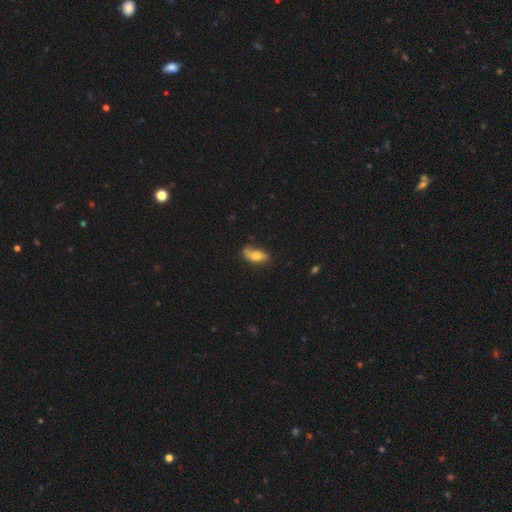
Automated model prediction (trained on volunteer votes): This appears to be a smooth galaxy with no disk features (60%) that is in between round and cigar-shaped (82%). Merging: none (64%).